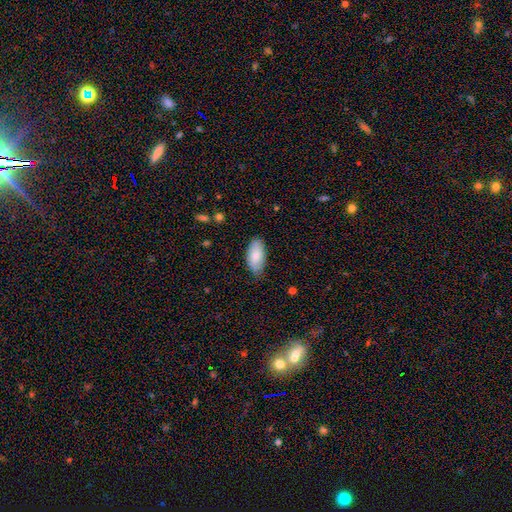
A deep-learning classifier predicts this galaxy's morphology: This appears to be a smooth galaxy with no disk features (83%) that is in between round and cigar-shaped (93%). Merging: none (78%).